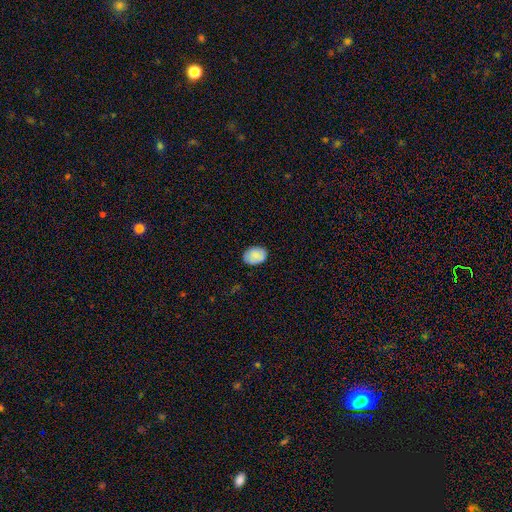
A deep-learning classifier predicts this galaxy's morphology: A smooth galaxy with no disk features (80%) that is in between round and cigar-shaped (75%).

Vote fractions:
- Smooth or featured? smooth: 80% / featured or disk: 13% / star or artifact: 7%
- How rounded? in between: 75% / round: 24% / cigar-shaped: 1%
- Merging? none: 82% / minor disturbance: 14% / major disturbance: 2% / merger: 1%